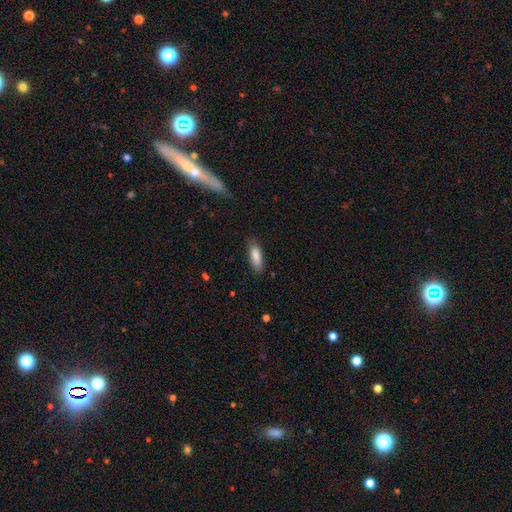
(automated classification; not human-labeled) This appears to be a smooth galaxy with no disk features (85%) that is in between round and cigar-shaped (58%). Merging: none (81%).